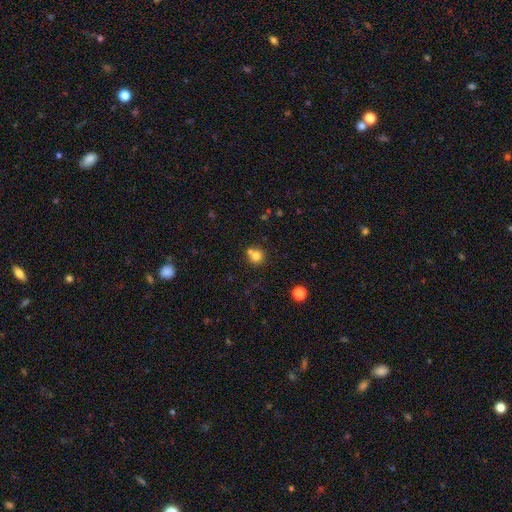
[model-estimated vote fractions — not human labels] smooth 76%, star or artifact 13%, featured or disk 11%. Down the decision tree: how rounded — round (87%); merging — none (52%).